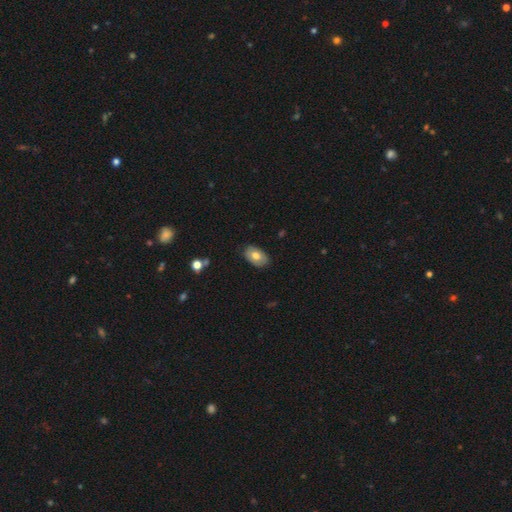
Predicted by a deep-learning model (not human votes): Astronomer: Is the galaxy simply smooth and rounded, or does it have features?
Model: smooth — 72%.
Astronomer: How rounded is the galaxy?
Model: in between — 90%.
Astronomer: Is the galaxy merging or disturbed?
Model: none — 84%.